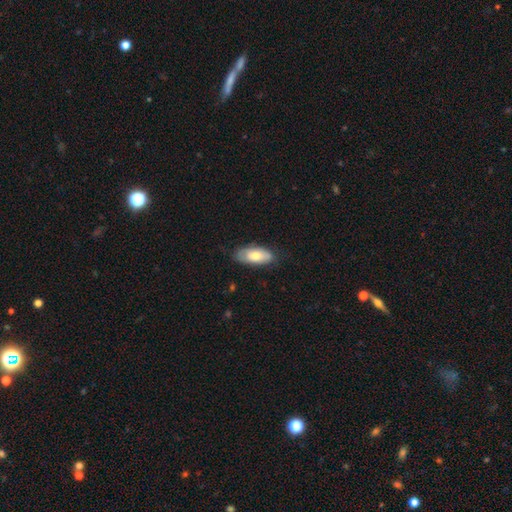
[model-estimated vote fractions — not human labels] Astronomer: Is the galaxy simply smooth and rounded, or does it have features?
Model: smooth — 68%.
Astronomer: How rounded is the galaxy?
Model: in between — 88%.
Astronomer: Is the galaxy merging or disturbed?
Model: none — 73%.